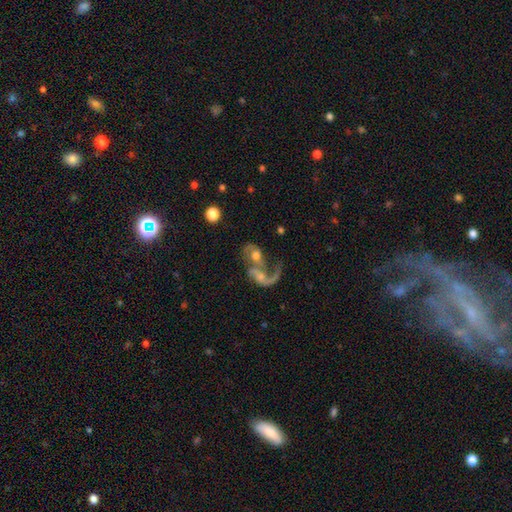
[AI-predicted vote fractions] smooth_or_featured: featured or disk (p=0.64) [alt: smooth p=0.23]
disk_edge_on: no (p=0.95) [alt: yes p=0.05]
bar: no (p=0.64) [alt: weak p=0.27]
has_spiral_arms: yes (p=0.72) [alt: no p=0.28]
bulge_size: moderate (p=0.44) [alt: small p=0.31]
merging: merger (p=0.65) [alt: major disturbance p=0.16]